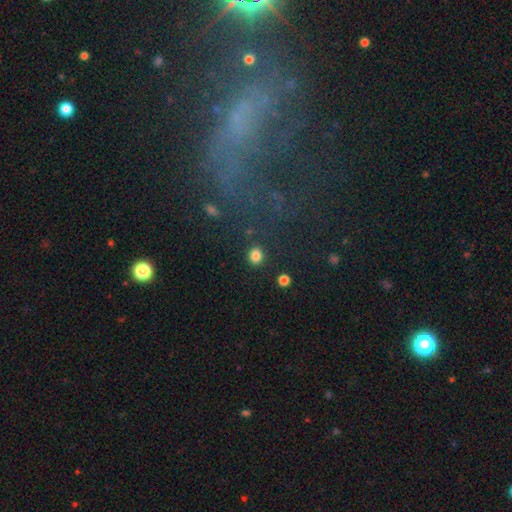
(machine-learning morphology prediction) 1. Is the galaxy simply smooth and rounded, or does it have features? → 83% smooth, 12% star or artifact, 5% featured or disk.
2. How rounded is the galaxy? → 79% round, 20% in between, 1% cigar-shaped.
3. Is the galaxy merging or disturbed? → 87% none, 7% minor disturbance, 3% major disturbance, 3% merger.